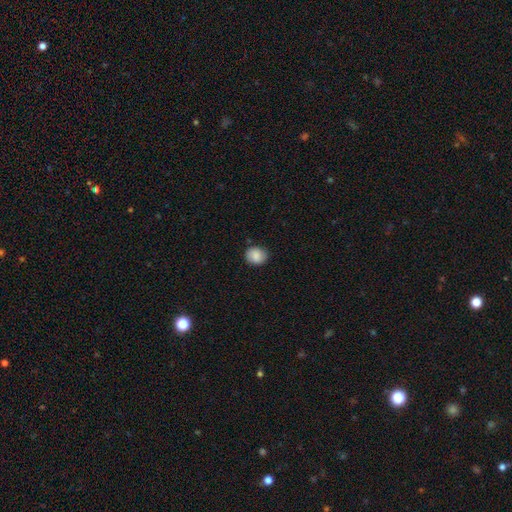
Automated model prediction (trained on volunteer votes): Smooth or featured?
  - smooth: 84% *
  - featured or disk: 8%
  - star or artifact: 8%
How rounded?
  - round: 66% *
  - in between: 33%
  - cigar-shaped: 1%
Merging?
  - none: 82% *
  - minor disturbance: 14%
  - major disturbance: 3%
  - merger: 1%